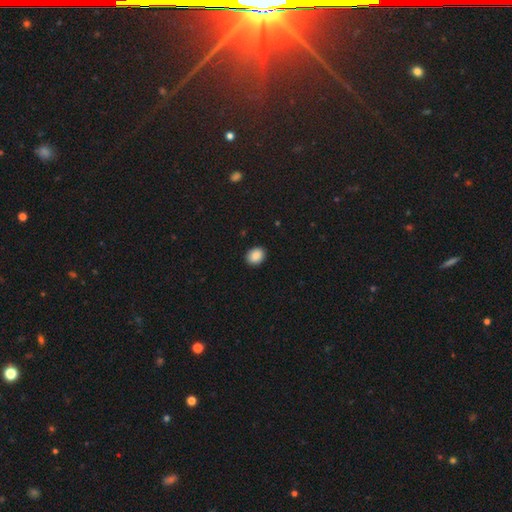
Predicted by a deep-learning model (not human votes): The model was most divided on "how rounded": in between: 51%, round: 48%, cigar-shaped: 1%. More confident: merging — none (91%); smooth or featured — smooth (89%).